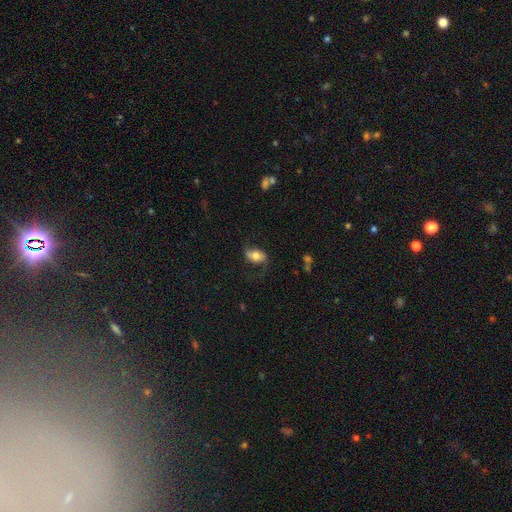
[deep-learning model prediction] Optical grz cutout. It shows a smooth galaxy with no disk features (46%, tied with featured or disk). Merging: none (63%).